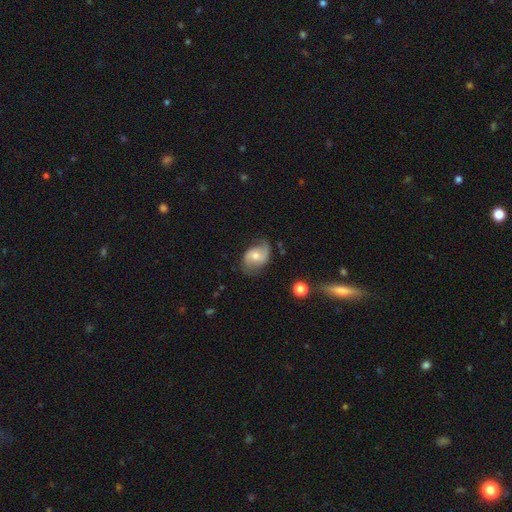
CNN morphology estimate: Smooth or featured?
  - featured or disk: 69% *
  - smooth: 24%
  - star or artifact: 7%
Edge-on disk?
  - no: 97% *
  - yes: 3%
Bar?
  - no: 55% *
  - weak: 36%
  - strong: 9%
Spiral arms?
  - yes: 91% *
  - no: 9%
Spiral winding?
  - loose: 47% *
  - medium: 38%
  - tight: 15%
Spiral arm count?
  - 2: 84% *
  - 1: 7%
  - can't tell: 7%
  - 3: 1%
  - 4: 1%
  - more than 4: 1%
Bulge size?
  - moderate: 55% *
  - small: 38%
  - large: 3%
  - none: 2%
  - dominant: 1%
Merging?
  - none: 65% *
  - minor disturbance: 23%
  - major disturbance: 10%
  - merger: 2%